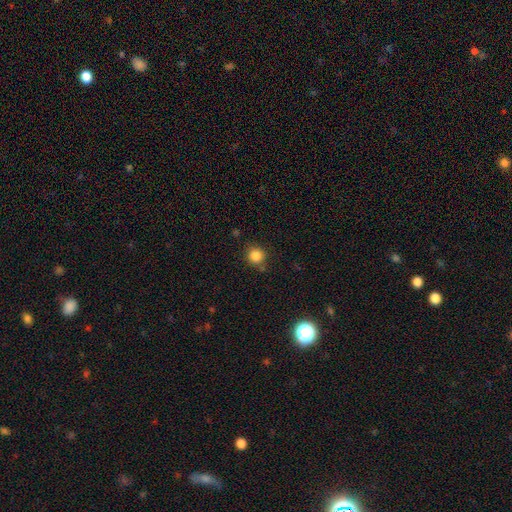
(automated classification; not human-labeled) Morphology: type=smooth (84%); roundness=round (91%); merging=none (81%).